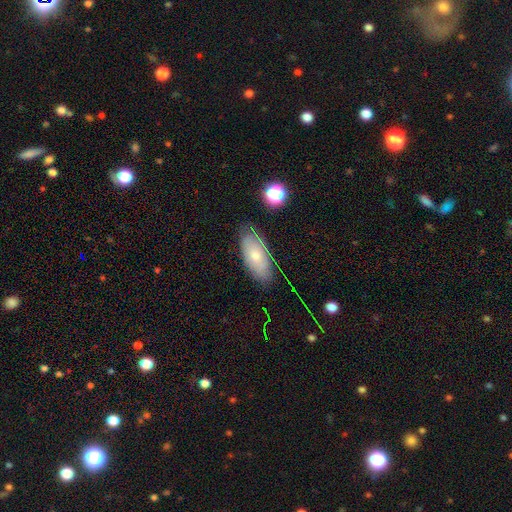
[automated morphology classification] Smooth or featured?
  - smooth: 52% *
  - featured or disk: 38%
  - star or artifact: 9%
How rounded?
  - in between: 91% *
  - cigar-shaped: 6%
  - round: 4%
Merging?
  - none: 75% *
  - minor disturbance: 19%
  - major disturbance: 5%
  - merger: 2%